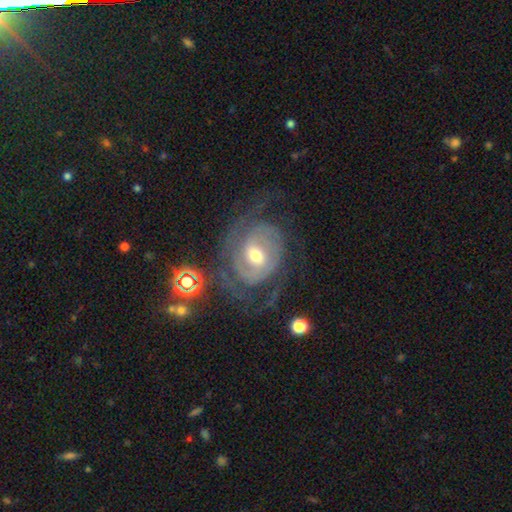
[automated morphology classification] Smooth or featured? Predicted: featured or disk (p=0.85). Edge-on disk? Predicted: no (p=0.97). Bar? Predicted: weak (p=0.47). Spiral arms? Predicted: yes (p=0.93). Spiral winding? Predicted: tight (p=0.52). Spiral arm count? Predicted: 2 (p=0.49). Bulge size? Predicted: moderate (p=0.61). Merging? Predicted: none (p=0.59).